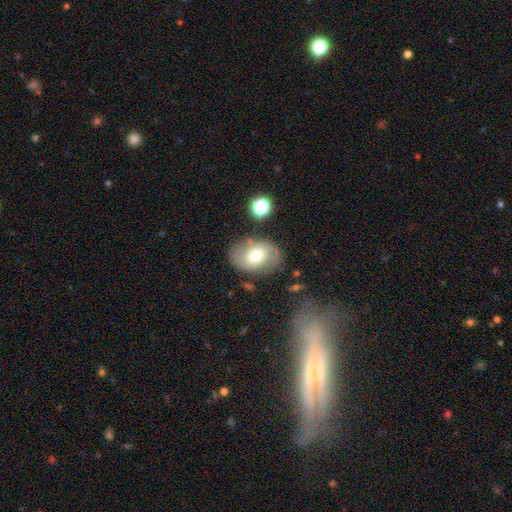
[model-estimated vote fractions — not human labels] Q: Smooth or featured?
A: smooth (55%); runner-up: featured or disk (36%)
Q: How rounded?
A: in between (72%); runner-up: round (27%)
Q: Merging?
A: none (73%); runner-up: minor disturbance (17%)